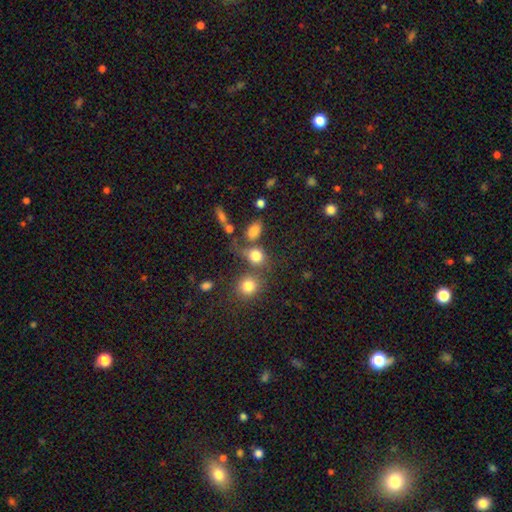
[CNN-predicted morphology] This is likely a smooth galaxy (78%). How rounded: possibly round (58%). Merging: marginally none (42%).